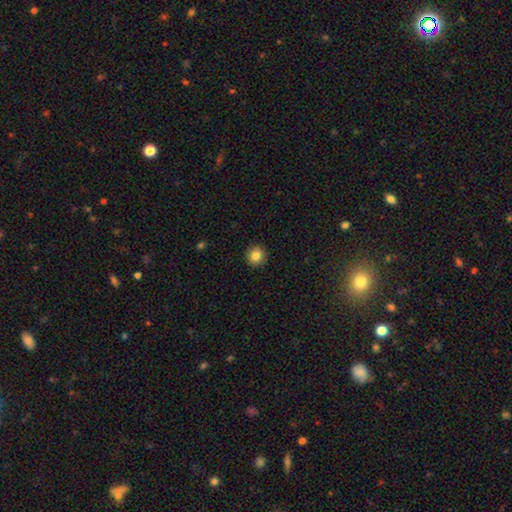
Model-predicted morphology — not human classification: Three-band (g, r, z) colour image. It shows a smooth galaxy with no disk features (84%) that is round (90%). Merging: none (92%).